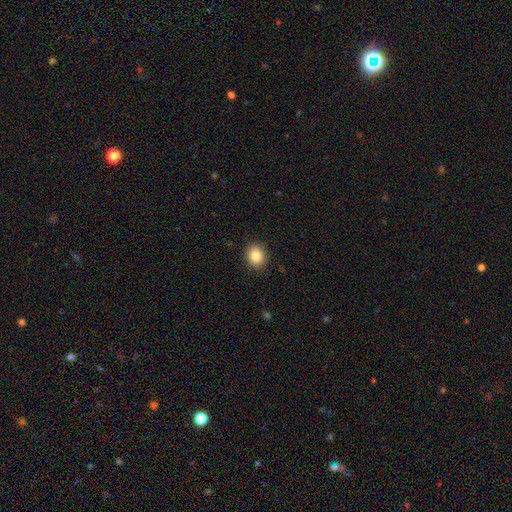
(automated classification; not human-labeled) Overall: smooth (85%). How rounded: round (67%; in between 32%). Merging: none (89%).